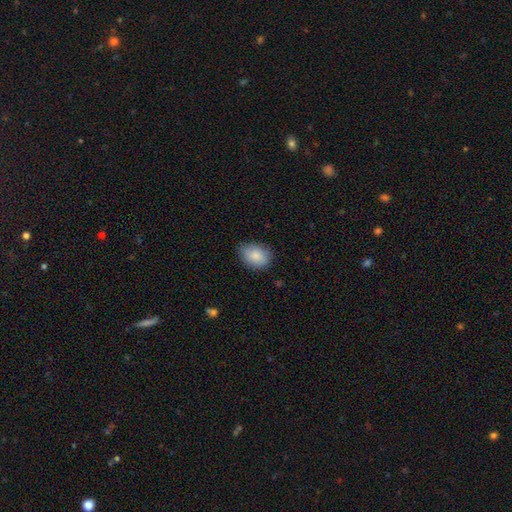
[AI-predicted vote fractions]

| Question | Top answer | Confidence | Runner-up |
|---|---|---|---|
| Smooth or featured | smooth | 84% | featured or disk (9%) |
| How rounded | in between | 66% | round (33%) |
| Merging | none | 72% | minor disturbance (23%) |